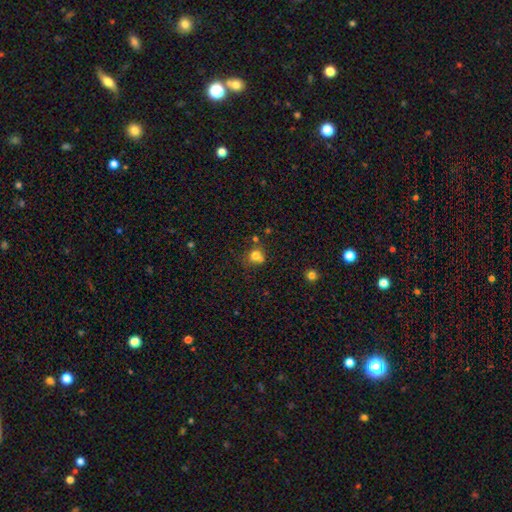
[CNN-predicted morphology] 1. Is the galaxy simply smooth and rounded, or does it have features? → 74% smooth, 14% star or artifact, 12% featured or disk.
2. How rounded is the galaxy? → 80% round, 19% in between, 1% cigar-shaped.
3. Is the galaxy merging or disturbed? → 46% none, 37% merger, 12% minor disturbance, 5% major disturbance.